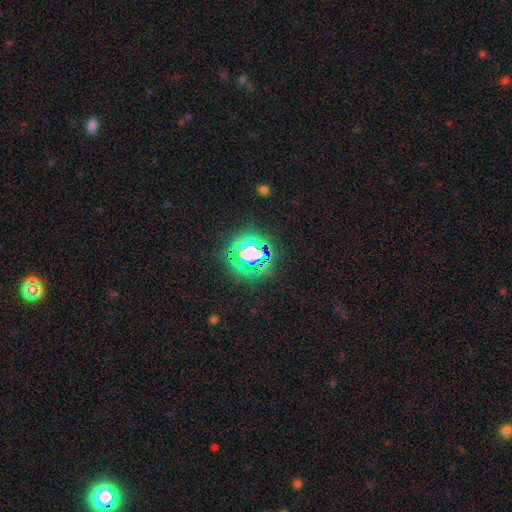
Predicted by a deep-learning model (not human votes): Smooth or featured? star or artifact (73%)